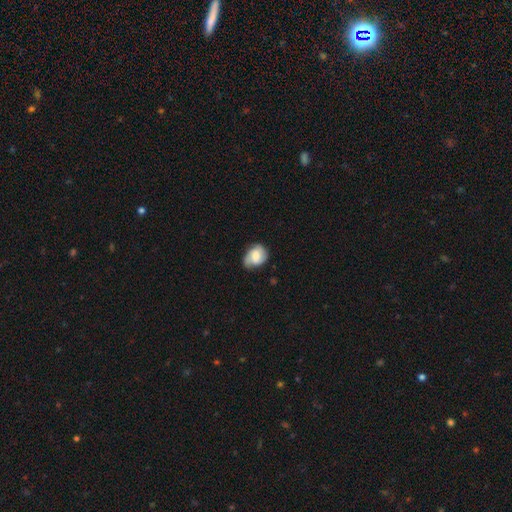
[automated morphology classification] This is possibly a smooth galaxy (56%). How rounded: possibly in between (56%). Merging: possibly none (54%).